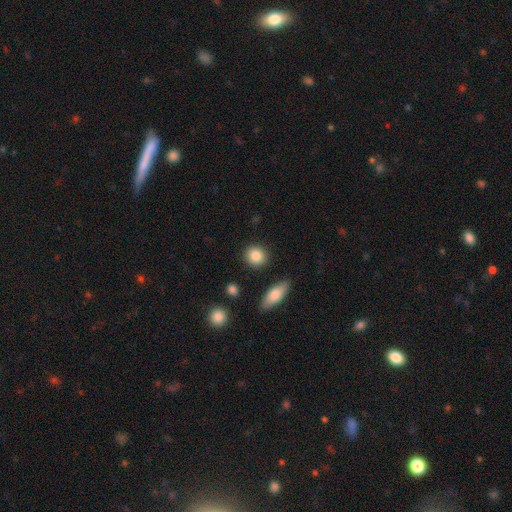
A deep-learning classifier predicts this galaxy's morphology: smooth 86%, star or artifact 7%, featured or disk 6%. Down the decision tree: how rounded — round (82%); merging — none (88%).